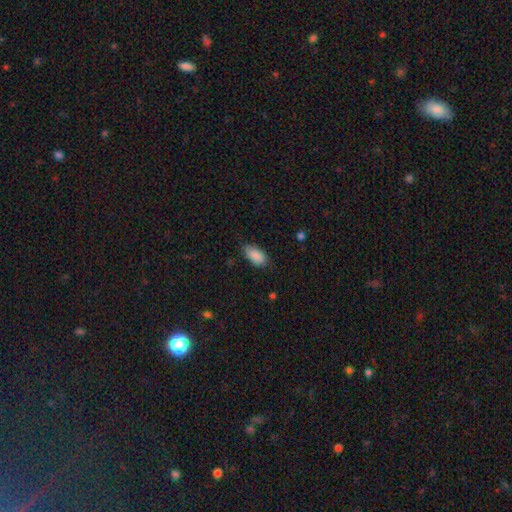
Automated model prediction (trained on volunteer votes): Smooth or featured? Predicted: smooth (p=0.89). How rounded? Predicted: in between (p=0.93). Merging? Predicted: none (p=0.77).